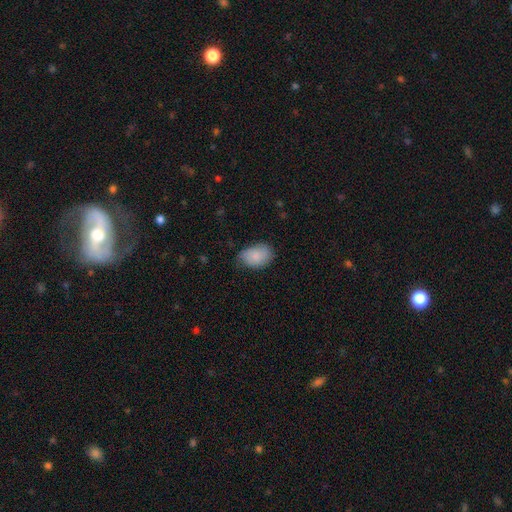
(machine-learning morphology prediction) A smooth galaxy with no disk features (85%) that is in between round and cigar-shaped (85%). Merging: none (61%).